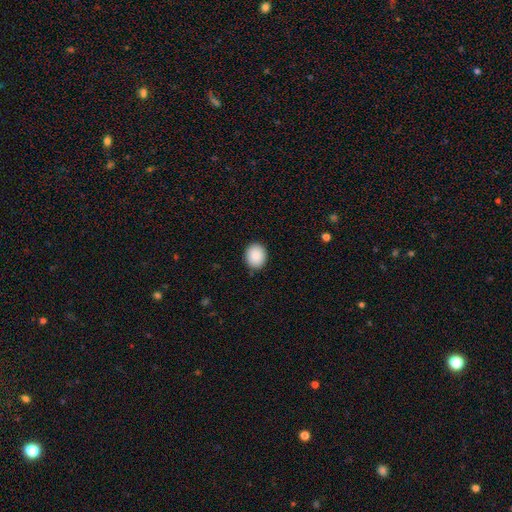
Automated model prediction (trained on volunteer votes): smooth-or-featured: smooth: 89% | star or artifact: 7% | featured or disk: 3%
  how-rounded: round: 62% | in between: 37% | cigar-shaped: 1%
  merging: none: 89% | minor disturbance: 8% | major disturbance: 2% | merger: 1%